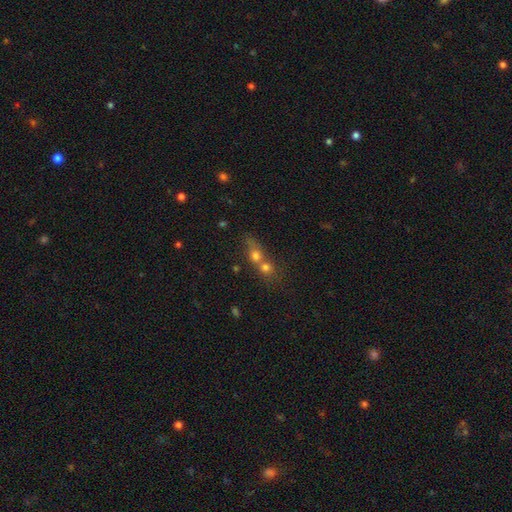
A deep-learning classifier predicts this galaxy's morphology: Smooth or featured? Predicted: smooth (p=0.68). How rounded? Predicted: round (p=0.67). Merging? Predicted: merger (p=0.70).